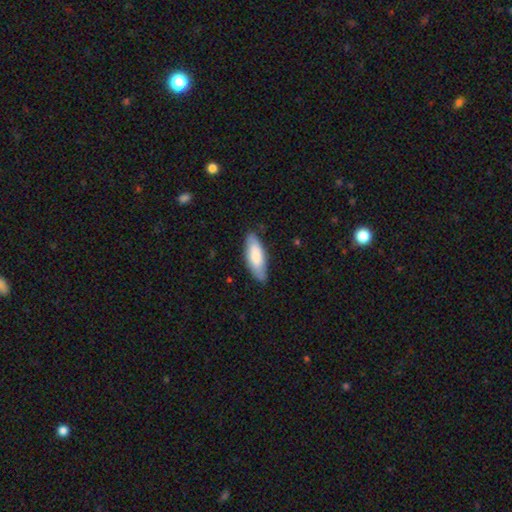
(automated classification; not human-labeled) Morphology: type=smooth (78%); roundness=in between (65%); merging=none (81%).